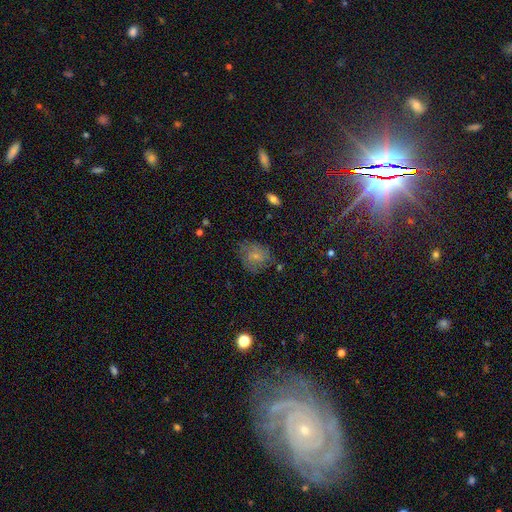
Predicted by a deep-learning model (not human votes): Smooth or featured: smooth — 54% (featured or disk — 32%)
How rounded: round — 67% (in between — 31%)
Merging: none — 66% (minor disturbance — 22%)